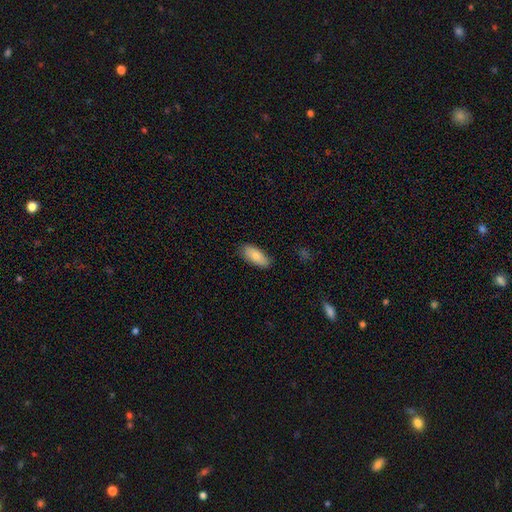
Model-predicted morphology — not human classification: This appears to be a smooth galaxy with no disk features (85%) that is in between round and cigar-shaped (81%). Merging: none (83%).